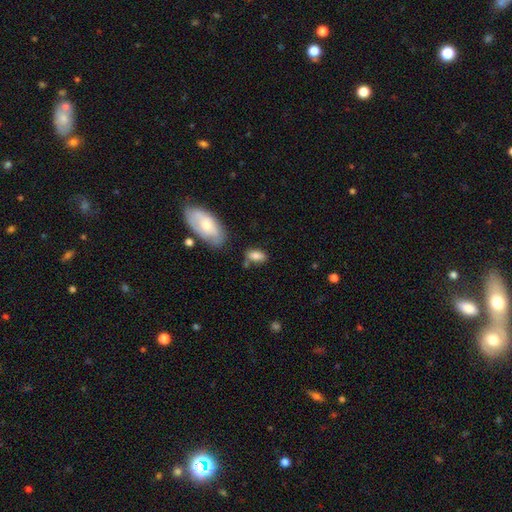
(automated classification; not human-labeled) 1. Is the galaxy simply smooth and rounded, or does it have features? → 82% smooth, 10% featured or disk, 8% star or artifact.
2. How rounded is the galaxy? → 88% in between, 7% cigar-shaped, 5% round.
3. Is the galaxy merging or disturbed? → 66% none, 20% minor disturbance, 8% merger, 5% major disturbance.